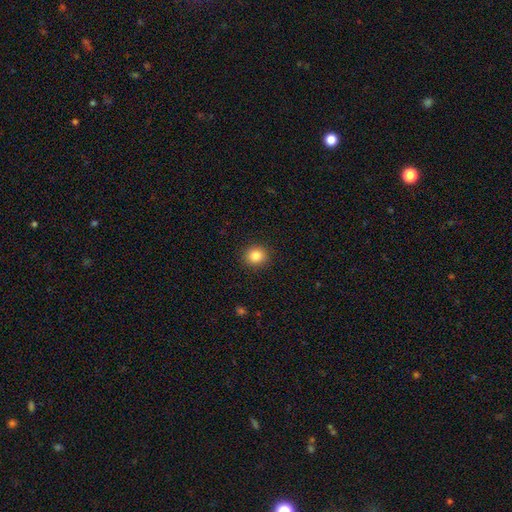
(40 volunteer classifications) smooth-or-featured: smooth: 95% | featured or disk: 2% | star or artifact: 2%
  how-rounded: round: 82% | in between: 18% | cigar-shaped: 0%
  merging: none: 100% | minor disturbance: 0% | major disturbance: 0% | merger: 0%